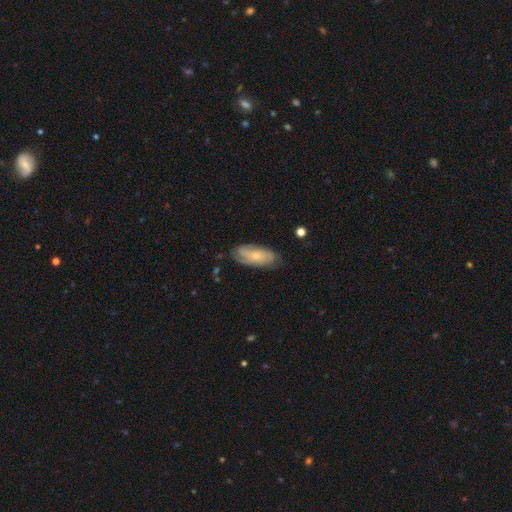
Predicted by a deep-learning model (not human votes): Smooth or featured? featured or disk (57%)
Edge-on disk? no (90%)
Bar? no (75%)
Spiral arms? yes (86%)
Bulge size? small (65%)
Merging? none (70%)